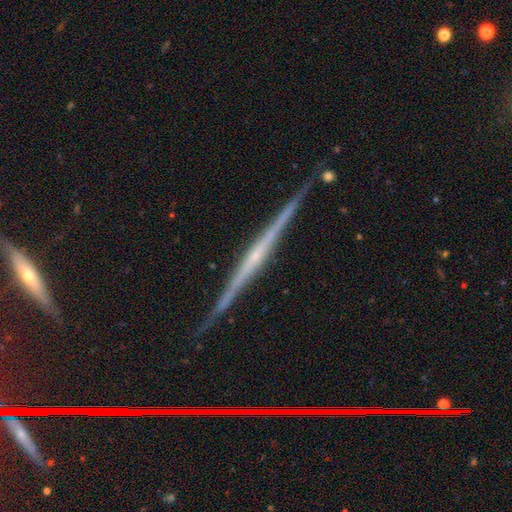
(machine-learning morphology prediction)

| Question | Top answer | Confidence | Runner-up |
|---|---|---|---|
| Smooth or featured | featured or disk | 76% | star or artifact (13%) |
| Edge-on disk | yes | 98% | no (2%) |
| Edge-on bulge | rounded | 44% | none (43%) |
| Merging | none | 89% | minor disturbance (8%) |